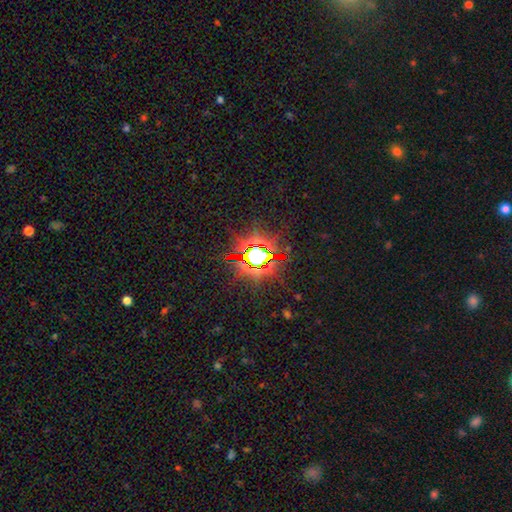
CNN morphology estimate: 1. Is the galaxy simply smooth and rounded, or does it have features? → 78% star or artifact, 13% smooth, 9% featured or disk.